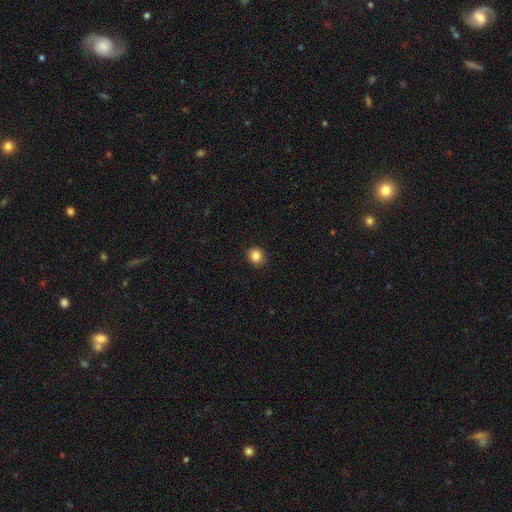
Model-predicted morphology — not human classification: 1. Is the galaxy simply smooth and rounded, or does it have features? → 85% smooth, 11% star or artifact, 4% featured or disk.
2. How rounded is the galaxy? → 88% round, 11% in between, 1% cigar-shaped.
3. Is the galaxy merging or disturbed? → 91% none, 6% minor disturbance, 2% major disturbance, 1% merger.